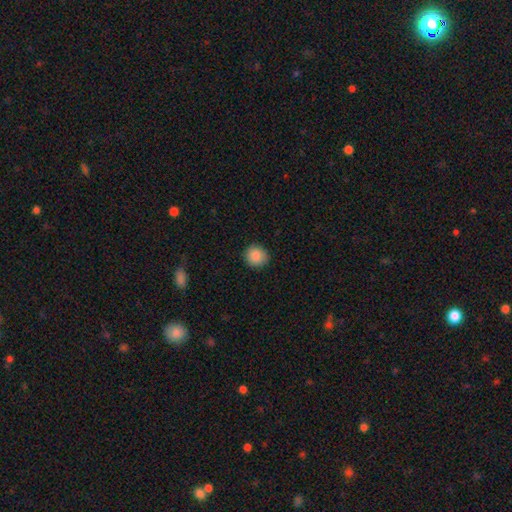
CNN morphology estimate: Smooth or featured?
  - smooth: 88% *
  - star or artifact: 8%
  - featured or disk: 4%
How rounded?
  - round: 89% *
  - in between: 10%
  - cigar-shaped: 1%
Merging?
  - none: 89% *
  - minor disturbance: 8%
  - major disturbance: 2%
  - merger: 1%